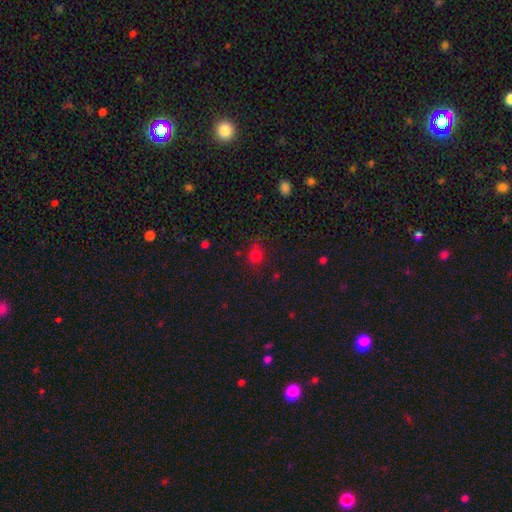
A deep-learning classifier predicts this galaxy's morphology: smooth-or-featured: smooth: 74% | star or artifact: 19% | featured or disk: 6%
  how-rounded: round: 74% | in between: 25% | cigar-shaped: 1%
  merging: none: 75% | minor disturbance: 17% | major disturbance: 6% | merger: 3%